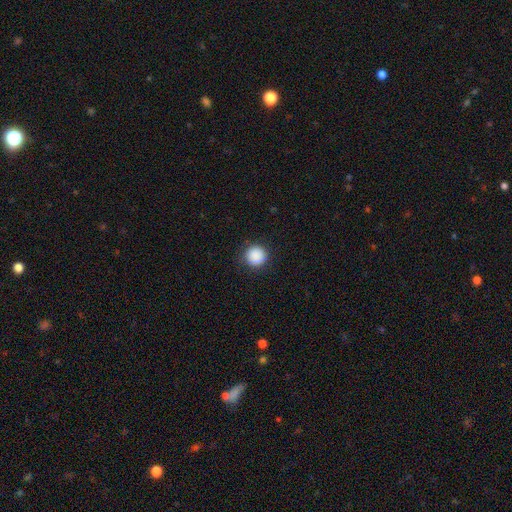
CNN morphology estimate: Q: Smooth or featured?
A: smooth (89%); runner-up: star or artifact (9%)
Q: How rounded?
A: round (95%); runner-up: in between (4%)
Q: Merging?
A: none (89%); runner-up: minor disturbance (7%)